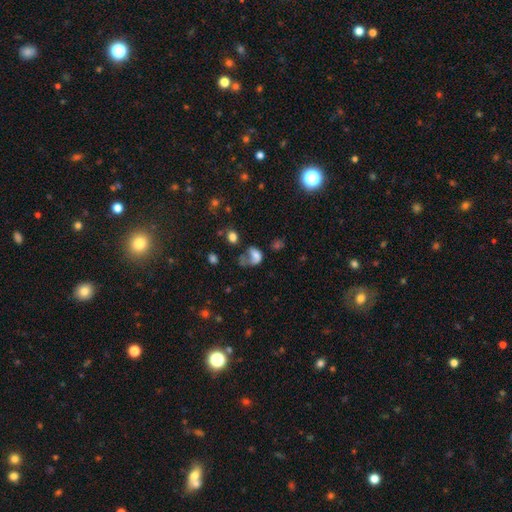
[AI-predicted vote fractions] smooth 56%, featured or disk 29%, star or artifact 16%. Down the decision tree: how rounded — in between (74%); merging — major disturbance (46%).